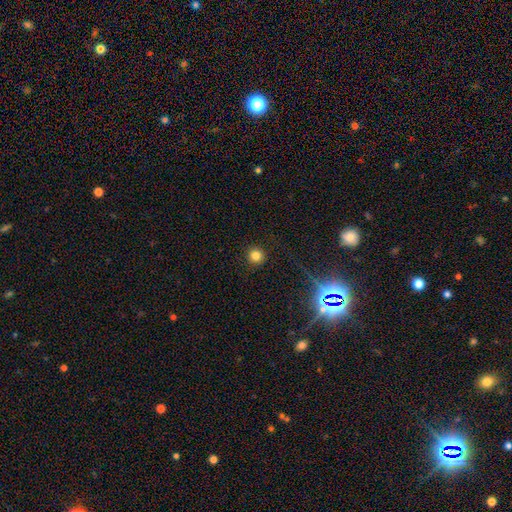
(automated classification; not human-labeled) smooth_or_featured: smooth (p=0.79) [alt: star or artifact p=0.15]
how_rounded: round (p=0.95) [alt: in between p=0.04]
merging: none (p=0.92) [alt: minor disturbance p=0.05]